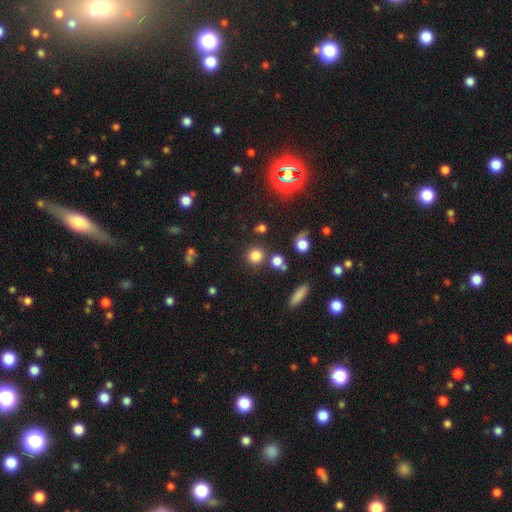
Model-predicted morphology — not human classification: smooth_or_featured: smooth (p=0.79) [alt: star or artifact p=0.15]
how_rounded: round (p=0.90) [alt: in between p=0.09]
merging: none (p=0.80) [alt: minor disturbance p=0.08]